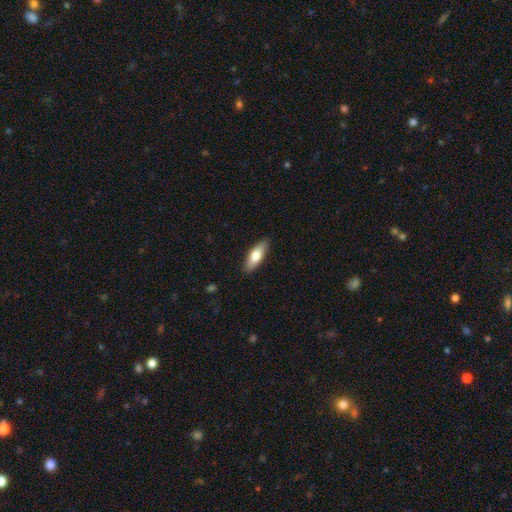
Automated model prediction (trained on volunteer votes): Smooth or featured?
  - smooth: 72% *
  - featured or disk: 22%
  - star or artifact: 6%
How rounded?
  - in between: 65% *
  - cigar-shaped: 32%
  - round: 2%
Merging?
  - none: 88% *
  - minor disturbance: 9%
  - major disturbance: 2%
  - merger: 1%